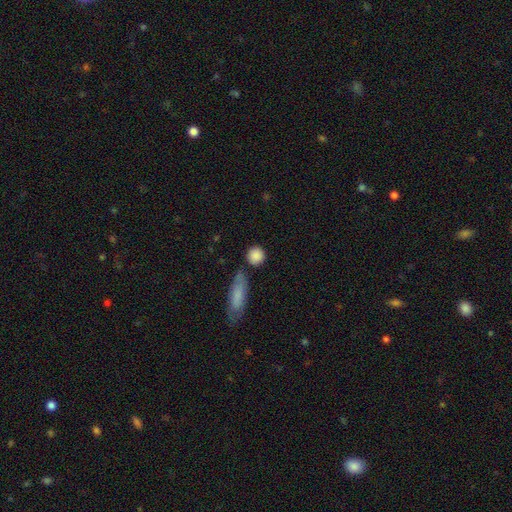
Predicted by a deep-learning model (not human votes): smooth-or-featured: smooth: 87% | star or artifact: 7% | featured or disk: 6%
  how-rounded: round: 85% | in between: 10% | cigar-shaped: 4%
  merging: none: 76% | minor disturbance: 12% | merger: 8% | major disturbance: 4%